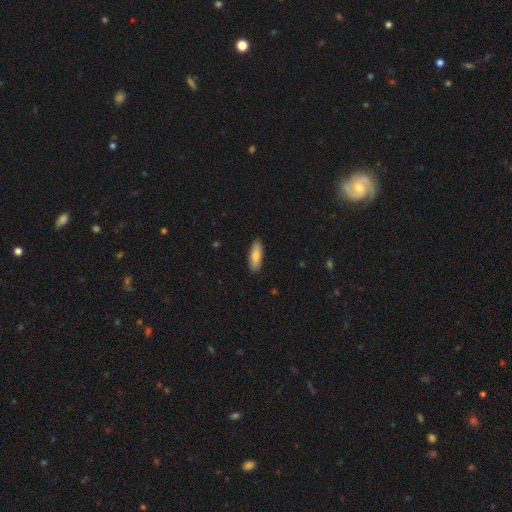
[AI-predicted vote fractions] smooth-or-featured: smooth: 82% | featured or disk: 13% | star or artifact: 6%
  how-rounded: in between: 59% | cigar-shaped: 39% | round: 2%
  merging: none: 88% | minor disturbance: 9% | major disturbance: 2% | merger: 1%